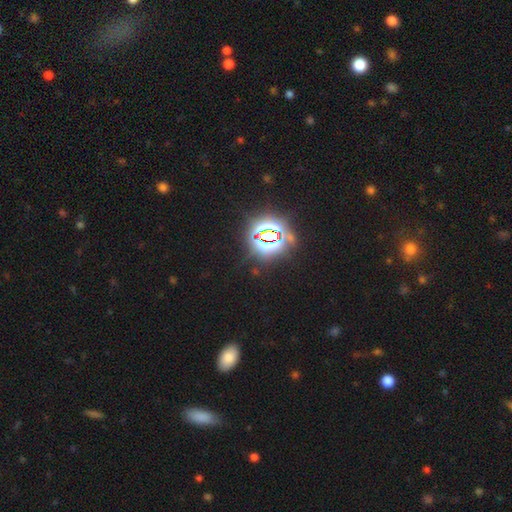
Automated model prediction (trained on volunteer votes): A star or artifact, not a galaxy (80%).